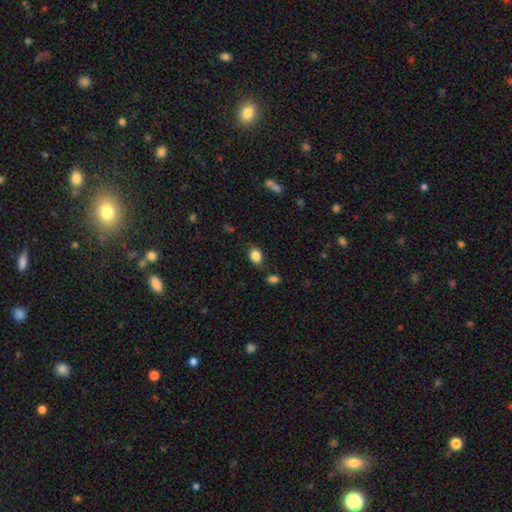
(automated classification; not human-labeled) Smooth or featured? Predicted: smooth (p=0.85). How rounded? Predicted: in between (p=0.65). Merging? Predicted: none (p=0.75).